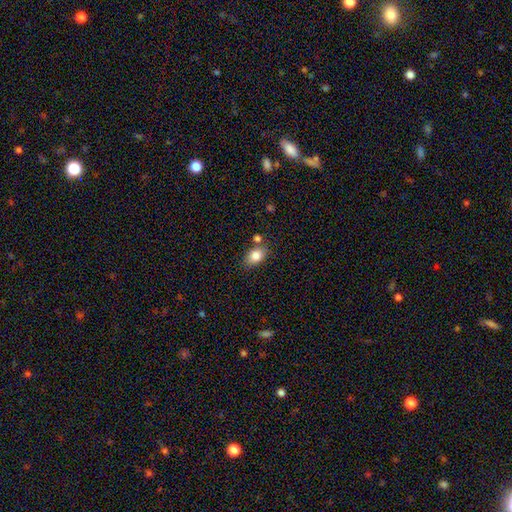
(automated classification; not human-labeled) smooth_or_featured: smooth (p=0.84) [alt: star or artifact p=0.09]
how_rounded: in between (p=0.79) [alt: round p=0.20]
merging: none (p=0.71) [alt: minor disturbance p=0.13]